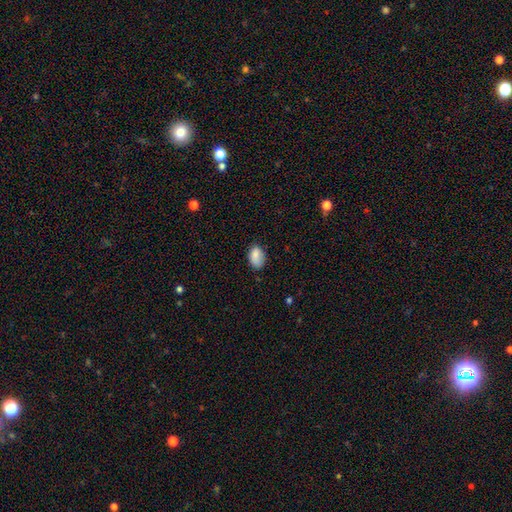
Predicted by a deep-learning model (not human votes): A smooth galaxy with no disk features (85%) that is in between round and cigar-shaped (86%). Merging: none (70%).